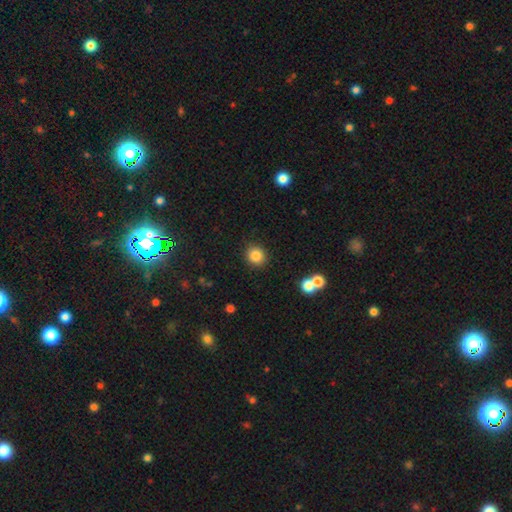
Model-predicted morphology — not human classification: Q: Smooth or featured?
A: smooth (84%); runner-up: star or artifact (11%)
Q: How rounded?
A: round (91%); runner-up: in between (8%)
Q: Merging?
A: none (90%); runner-up: minor disturbance (6%)